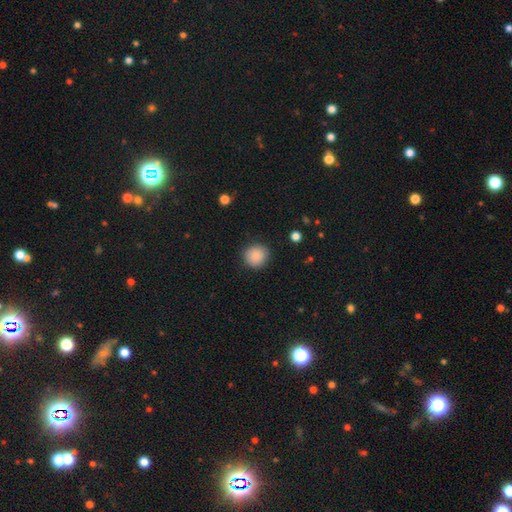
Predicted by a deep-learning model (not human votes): Morphology: type=smooth (88%); roundness=round (88%); merging=none (87%).